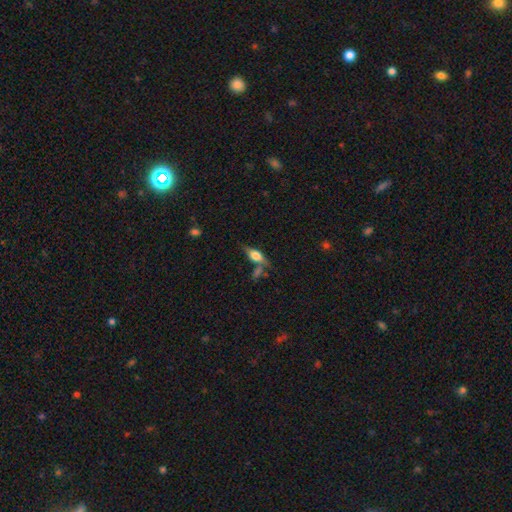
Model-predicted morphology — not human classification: Smooth or featured: smooth — 48% (featured or disk — 43%)
Merging: none — 56% (minor disturbance — 18%)